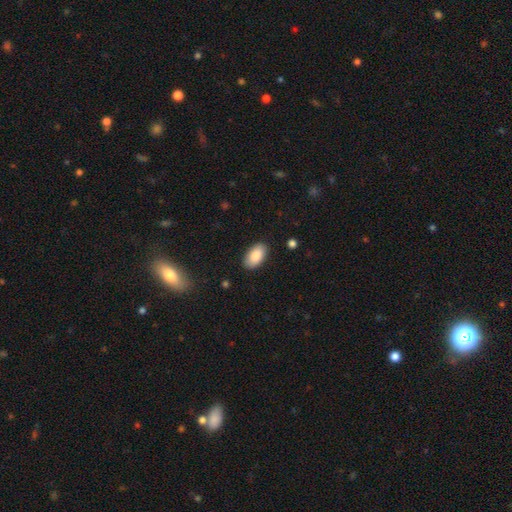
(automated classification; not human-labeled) Smooth or featured: smooth — 88% (featured or disk — 6%)
How rounded: in between — 95% (round — 3%)
Merging: none — 87% (minor disturbance — 10%)